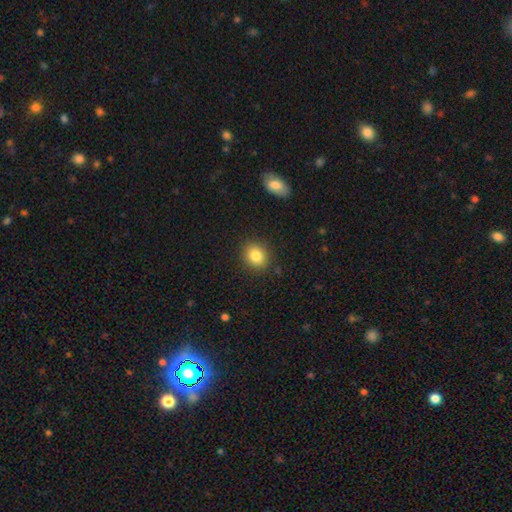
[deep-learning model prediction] Overall: smooth (83%). How rounded: round (63%; in between 36%). Merging: none (88%).